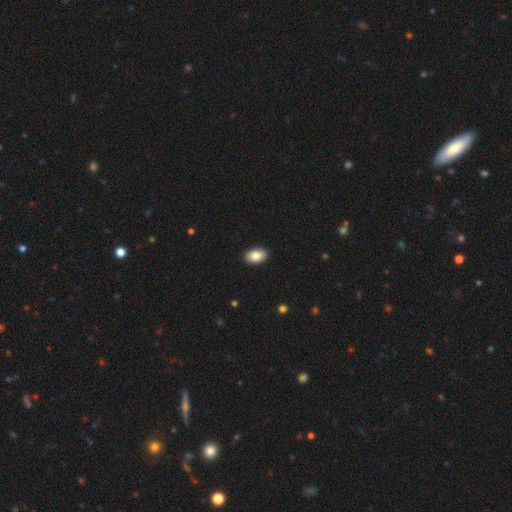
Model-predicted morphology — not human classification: smooth-or-featured: smooth: 86% | star or artifact: 7% | featured or disk: 7%
  how-rounded: in between: 91% | round: 8% | cigar-shaped: 1%
  merging: none: 90% | minor disturbance: 7% | major disturbance: 2% | merger: 1%